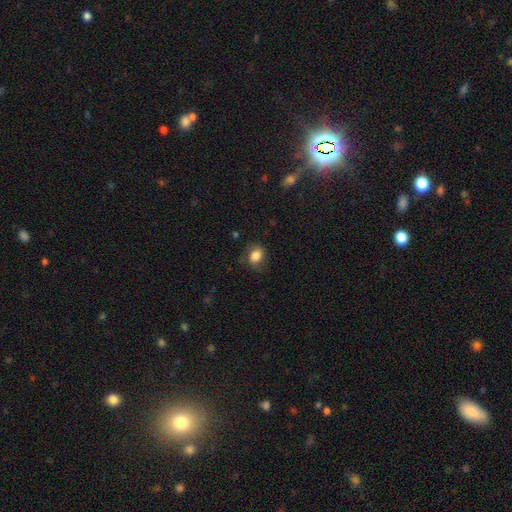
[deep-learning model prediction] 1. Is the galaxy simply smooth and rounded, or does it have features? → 83% smooth, 9% star or artifact, 7% featured or disk.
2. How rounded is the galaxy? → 53% in between, 46% round, 1% cigar-shaped.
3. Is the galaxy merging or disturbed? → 72% none, 20% minor disturbance, 6% major disturbance, 1% merger.